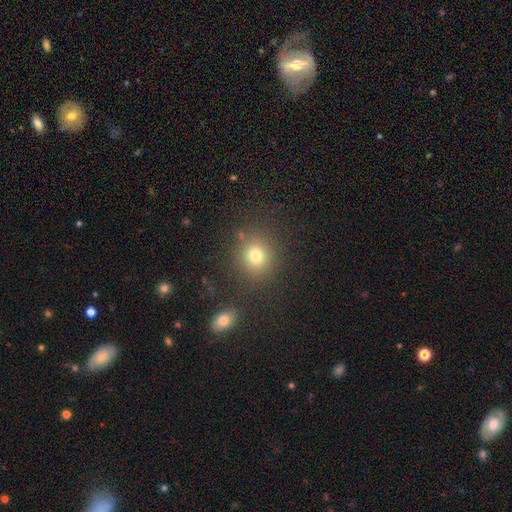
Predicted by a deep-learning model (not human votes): Q: Smooth or featured?
A: smooth (76%); runner-up: star or artifact (16%)
Q: How rounded?
A: round (82%); runner-up: in between (17%)
Q: Merging?
A: none (82%); runner-up: minor disturbance (9%)